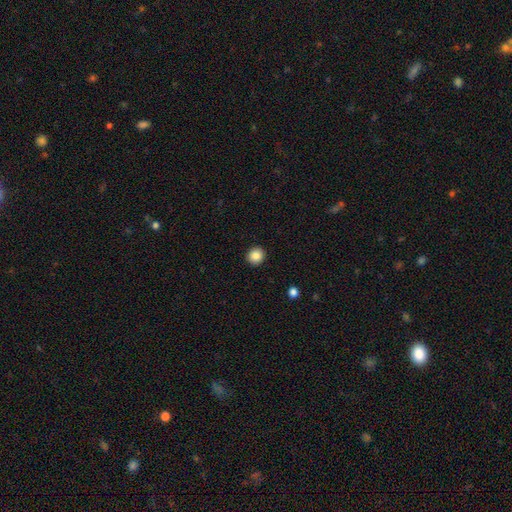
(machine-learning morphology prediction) Smooth or featured?
  - smooth: 86% *
  - star or artifact: 10%
  - featured or disk: 4%
How rounded?
  - round: 89% *
  - in between: 10%
  - cigar-shaped: 1%
Merging?
  - none: 93% *
  - minor disturbance: 5%
  - major disturbance: 2%
  - merger: 1%